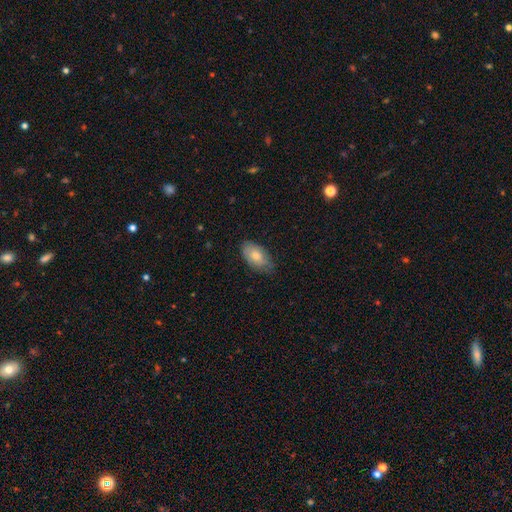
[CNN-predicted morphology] smooth-or-featured: smooth: 77% | featured or disk: 17% | star or artifact: 6%
  how-rounded: in between: 93% | round: 4% | cigar-shaped: 3%
  merging: none: 70% | minor disturbance: 25% | major disturbance: 4% | merger: 1%